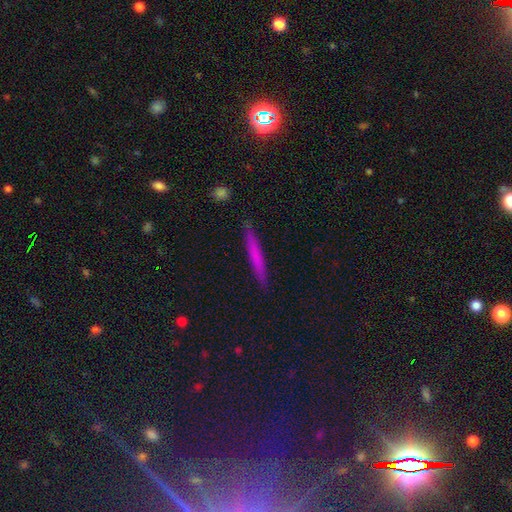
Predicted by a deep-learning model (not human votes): A smooth galaxy with no disk features (63%) that is cigar-shaped (95%).

Vote fractions:
- Smooth or featured? smooth: 63% / featured or disk: 28% / star or artifact: 9%
- How rounded? cigar-shaped: 95% / in between: 3% / round: 2%
- Merging? none: 90% / minor disturbance: 8% / major disturbance: 2% / merger: 1%